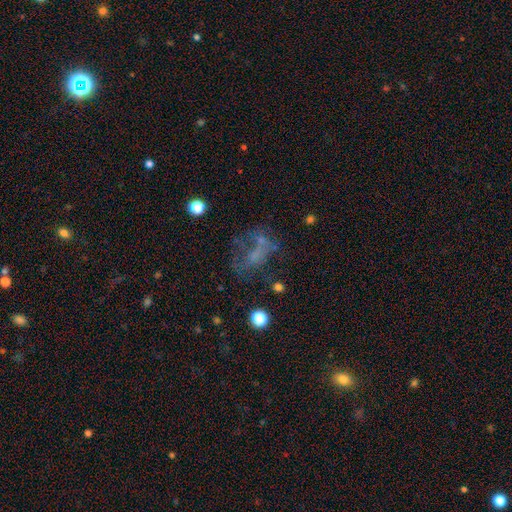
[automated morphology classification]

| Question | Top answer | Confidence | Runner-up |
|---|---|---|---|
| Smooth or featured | featured or disk | 39% | smooth (31%) |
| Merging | none | 39% | major disturbance (31%) |